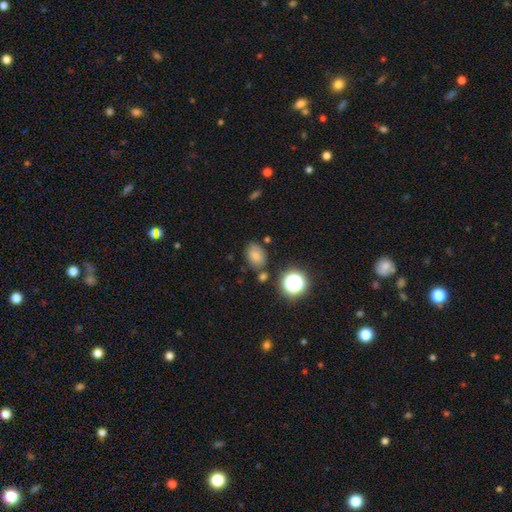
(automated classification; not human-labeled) A smooth galaxy with no disk features (76%) that is in between round and cigar-shaped (70%). Merging: none (71%).